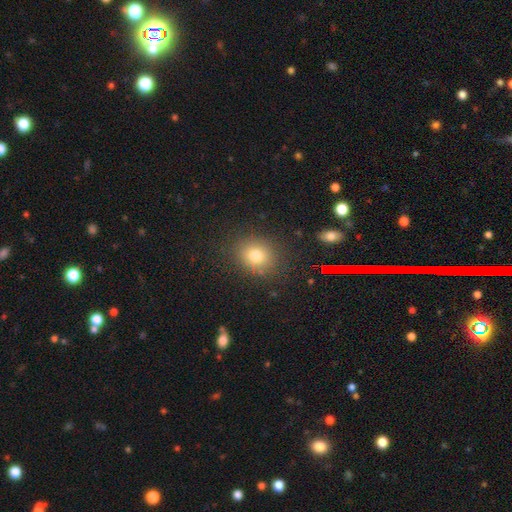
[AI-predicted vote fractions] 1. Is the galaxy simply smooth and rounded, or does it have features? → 75% smooth, 15% star or artifact, 10% featured or disk.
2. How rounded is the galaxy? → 67% round, 32% in between, 1% cigar-shaped.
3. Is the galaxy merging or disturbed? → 84% none, 10% minor disturbance, 4% major disturbance, 2% merger.